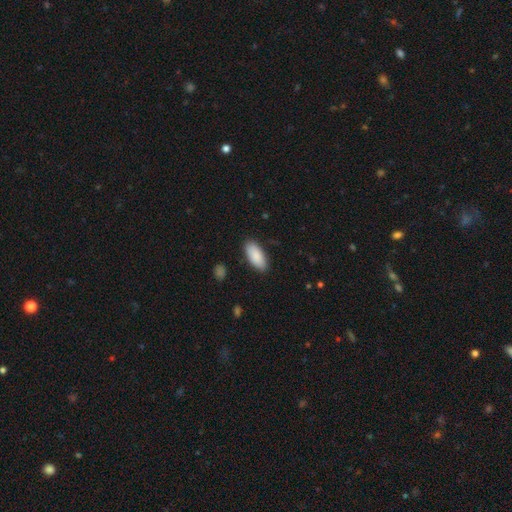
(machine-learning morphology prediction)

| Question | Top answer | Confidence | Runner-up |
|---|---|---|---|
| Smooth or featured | smooth | 90% | star or artifact (6%) |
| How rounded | in between | 89% | cigar-shaped (10%) |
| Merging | none | 87% | minor disturbance (10%) |